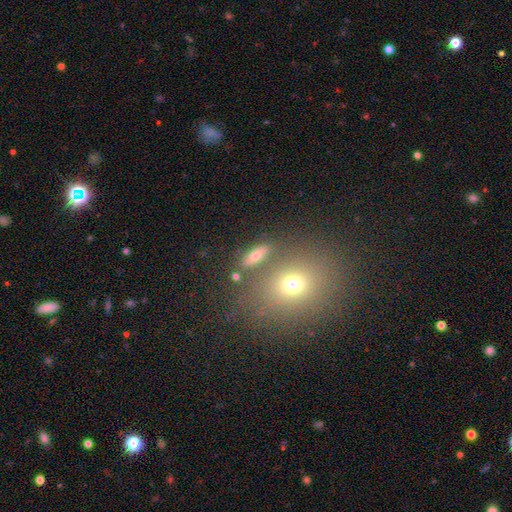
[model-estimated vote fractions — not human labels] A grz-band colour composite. It shows a smooth galaxy with no disk features (57%) that is in between round and cigar-shaped (49%). Merging: none (67%).